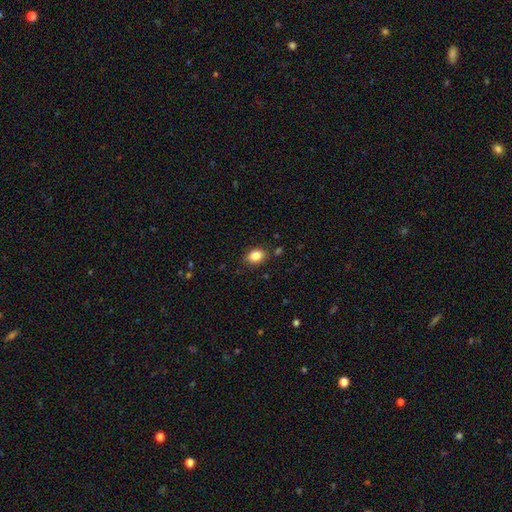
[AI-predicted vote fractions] Smooth or featured? Predicted: smooth (p=0.85). How rounded? Predicted: in between (p=0.74). Merging? Predicted: none (p=0.85).